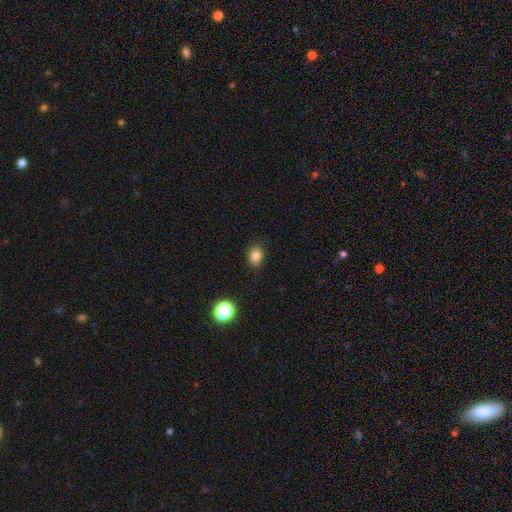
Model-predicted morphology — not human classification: A smooth galaxy with no disk features (82%) that is in between round and cigar-shaped (65%).

Vote fractions:
- Smooth or featured? smooth: 82% / star or artifact: 12% / featured or disk: 6%
- How rounded? in between: 65% / round: 34% / cigar-shaped: 1%
- Merging? none: 87% / minor disturbance: 9% / major disturbance: 2% / merger: 1%